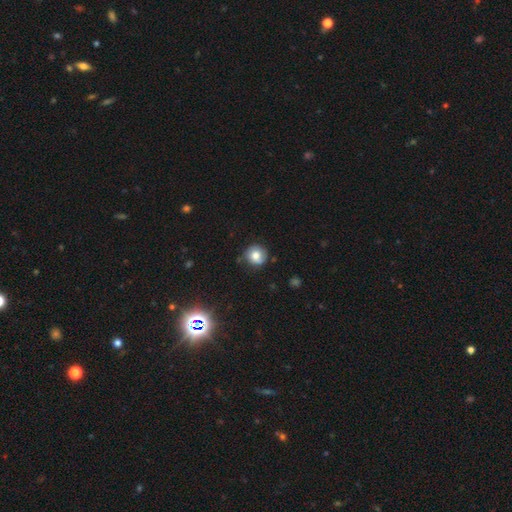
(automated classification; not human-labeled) Smooth or featured: smooth — 73% (featured or disk — 16%)
How rounded: round — 91% (in between — 8%)
Merging: none — 79% (minor disturbance — 16%)